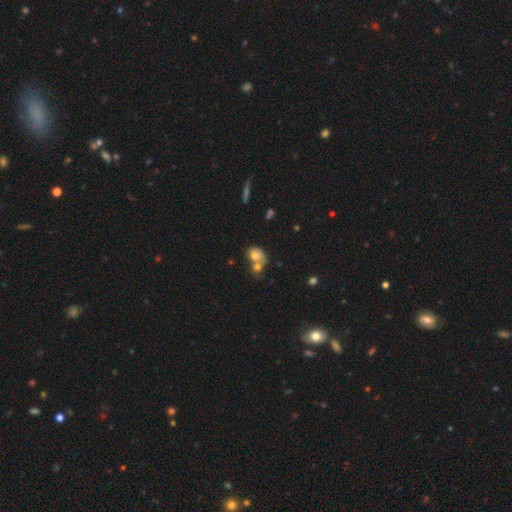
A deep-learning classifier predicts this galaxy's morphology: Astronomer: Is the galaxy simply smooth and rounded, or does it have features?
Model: smooth — 71%.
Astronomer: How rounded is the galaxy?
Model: in between — 54% (runner-up: round, 44%).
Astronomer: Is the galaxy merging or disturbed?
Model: merger — 57%.